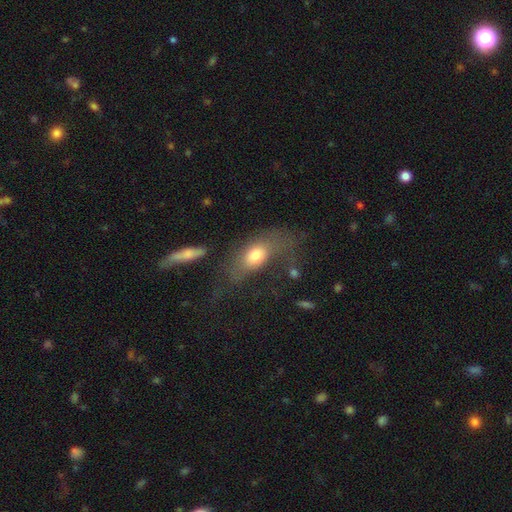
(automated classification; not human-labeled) Smooth or featured? Predicted: smooth (p=0.69). How rounded? Predicted: in between (p=0.81). Merging? Predicted: major disturbance (p=0.37).